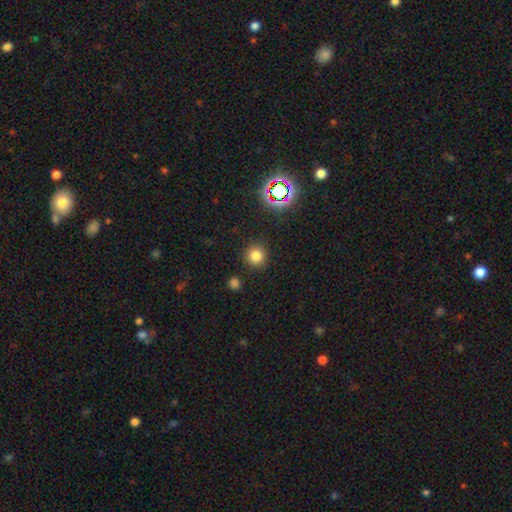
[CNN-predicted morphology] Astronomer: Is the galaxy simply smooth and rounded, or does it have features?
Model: smooth — 77%.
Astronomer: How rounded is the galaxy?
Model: round — 94%.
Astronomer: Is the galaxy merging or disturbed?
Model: none — 89%.